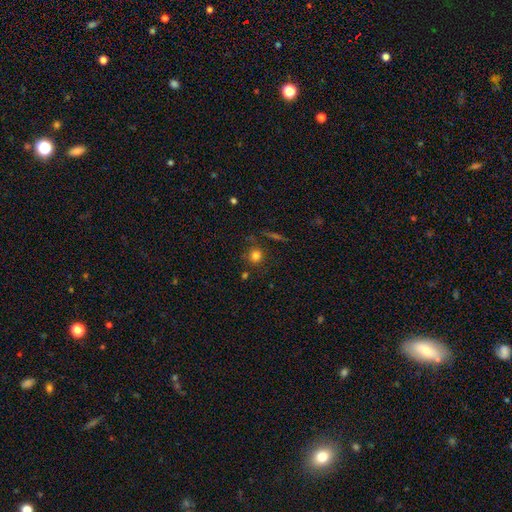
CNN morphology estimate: Smooth or featured? Predicted: smooth (p=0.78). How rounded? Predicted: round (p=0.92). Merging? Predicted: none (p=0.77).